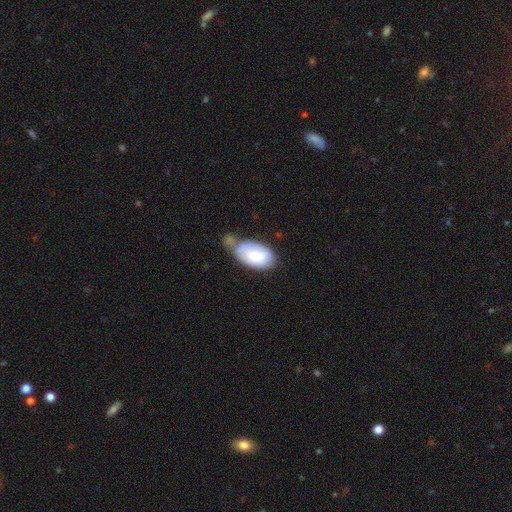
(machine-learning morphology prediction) Smooth or featured?
  - smooth: 66% *
  - featured or disk: 27%
  - star or artifact: 6%
How rounded?
  - in between: 94% *
  - round: 4%
  - cigar-shaped: 2%
Merging?
  - merger: 32% *
  - minor disturbance: 28%
  - none: 27%
  - major disturbance: 14%